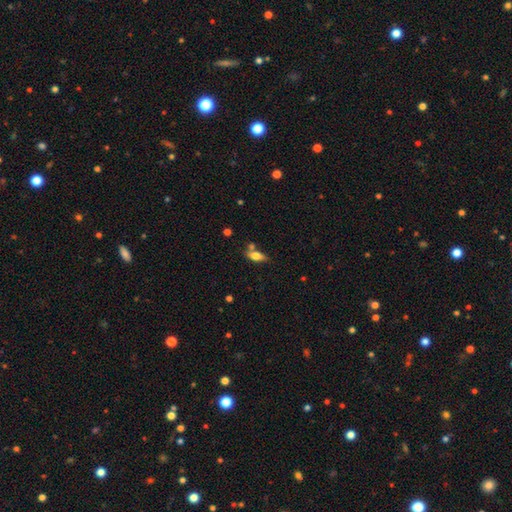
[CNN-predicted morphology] Overall: smooth (70%). How rounded: in between (78%). Merging: none (61%).